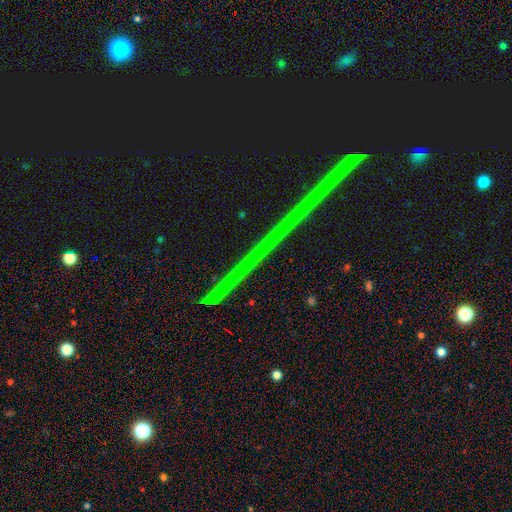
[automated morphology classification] This is likely a star or artifact rather than a galaxy (69%).